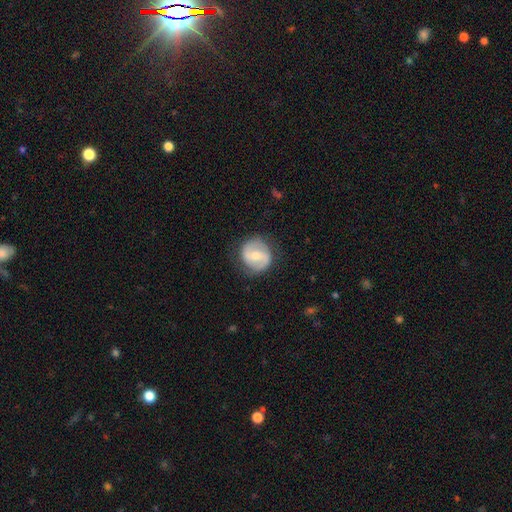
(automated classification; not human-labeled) featured or disk 69%, smooth 26%, star or artifact 6%. Down the decision tree: edge-on disk — no (98%); bar — weak (50%); spiral arms — yes (88%); spiral arm count — 2 (89%); spiral winding — medium (49%); bulge size — moderate (53%); merging — none (81%).